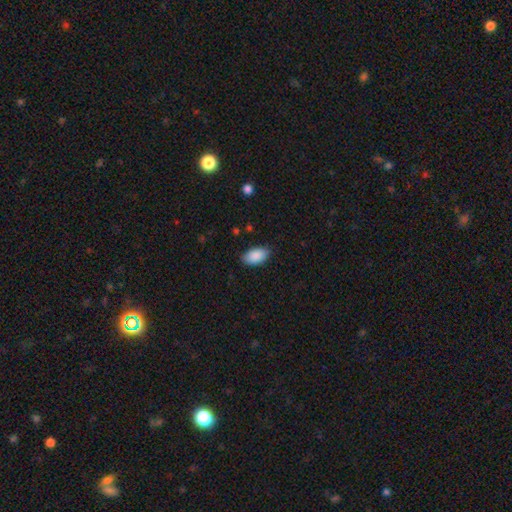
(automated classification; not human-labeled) Smooth or featured? Predicted: smooth (p=0.89). How rounded? Predicted: in between (p=0.94). Merging? Predicted: none (p=0.81).